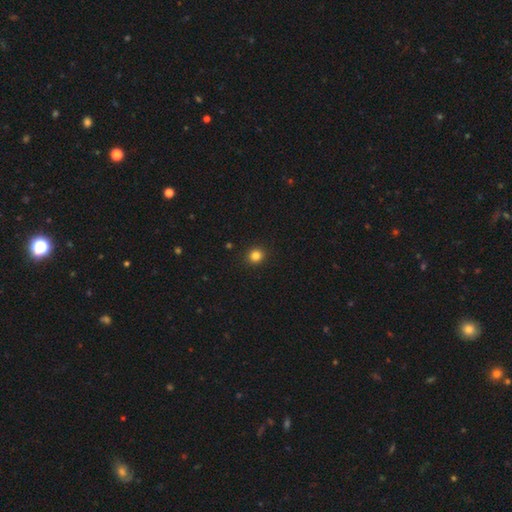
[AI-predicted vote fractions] Overall: smooth (83%). How rounded: round (90%). Merging: none (92%).